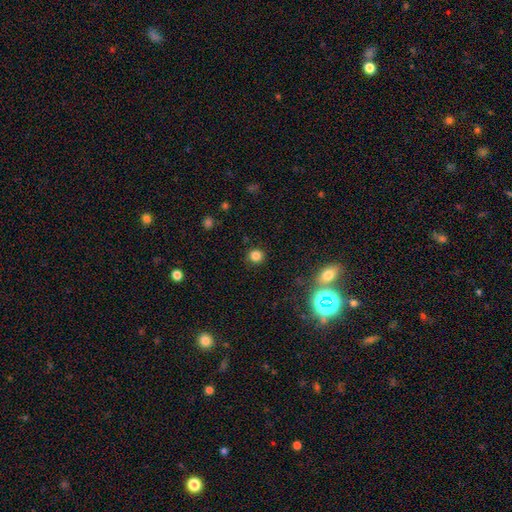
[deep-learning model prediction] This appears to be a smooth galaxy with no disk features (81%) that is round (91%). Merging: none (90%).